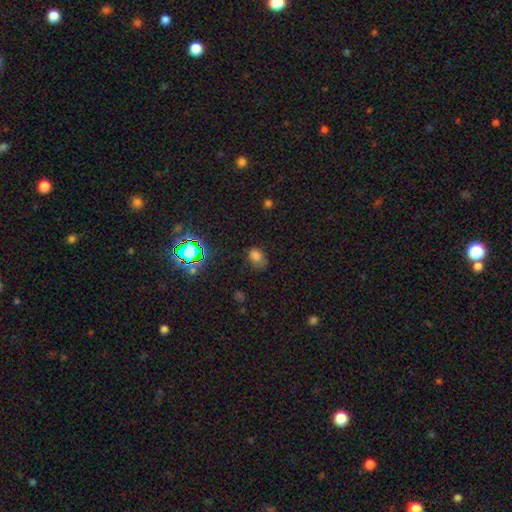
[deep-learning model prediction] A smooth galaxy with no disk features (72%) that is in between round and cigar-shaped (73%).

Vote fractions:
- Smooth or featured? smooth: 72% / star or artifact: 21% / featured or disk: 7%
- How rounded? in between: 73% / round: 26% / cigar-shaped: 1%
- Merging? none: 59% / minor disturbance: 28% / major disturbance: 10% / merger: 2%